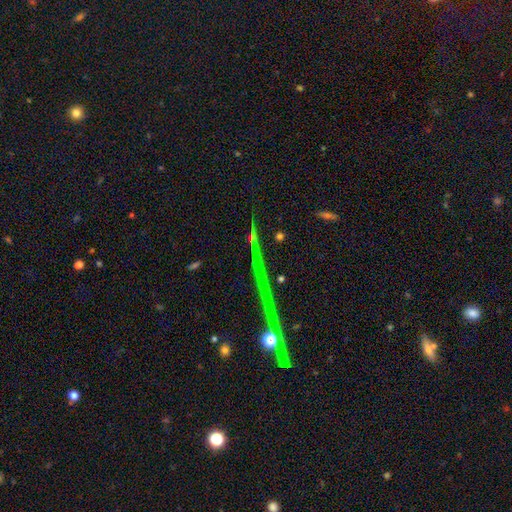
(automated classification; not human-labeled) Smooth or featured: star or artifact — 70% (featured or disk — 20%)